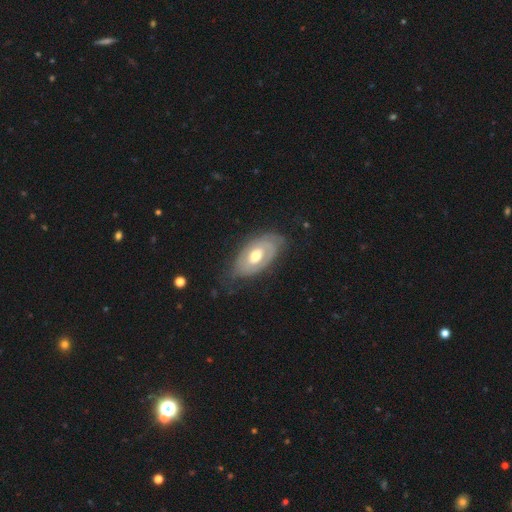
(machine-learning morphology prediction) A featured or disk galaxy (70%) with no bar (71%), spiral arms (66%) and a moderate central bulge (74%). Merging: none (67%).